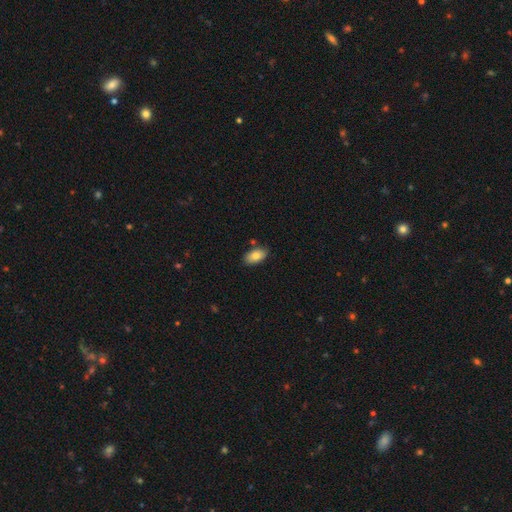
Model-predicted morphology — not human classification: smooth_or_featured: smooth (p=0.80) [alt: featured or disk p=0.13]
how_rounded: in between (p=0.93) [alt: round p=0.05]
merging: none (p=0.83) [alt: minor disturbance p=0.12]